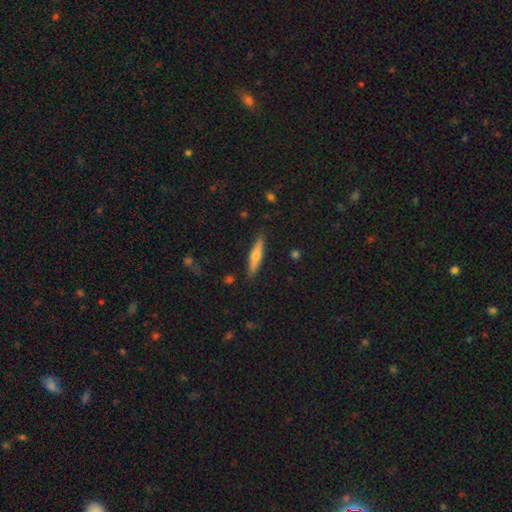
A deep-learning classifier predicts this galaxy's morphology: smooth 51%, featured or disk 42%, star or artifact 6%. Down the decision tree: how rounded — cigar-shaped (83%); merging — none (88%).